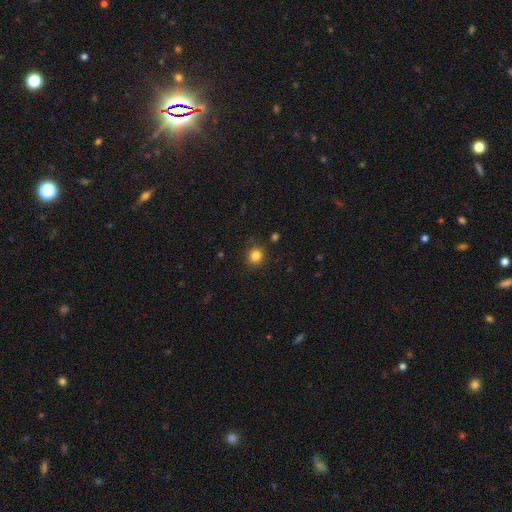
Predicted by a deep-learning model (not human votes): Smooth or featured? smooth (84%)
How rounded? round (82%)
Merging? none (87%)